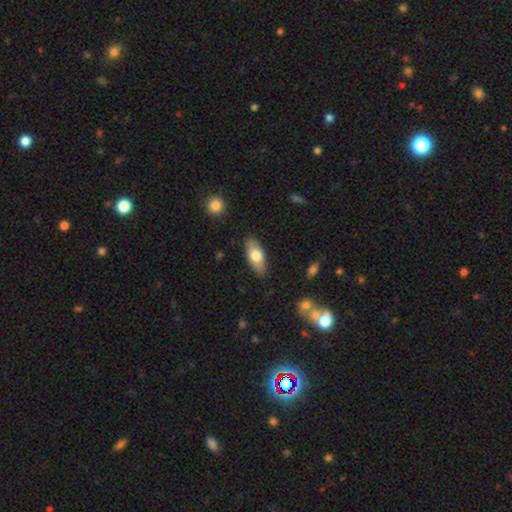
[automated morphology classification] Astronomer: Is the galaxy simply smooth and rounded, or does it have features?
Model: smooth — 71%.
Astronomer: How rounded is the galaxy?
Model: in between — 83%.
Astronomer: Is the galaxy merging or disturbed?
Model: none — 86%.